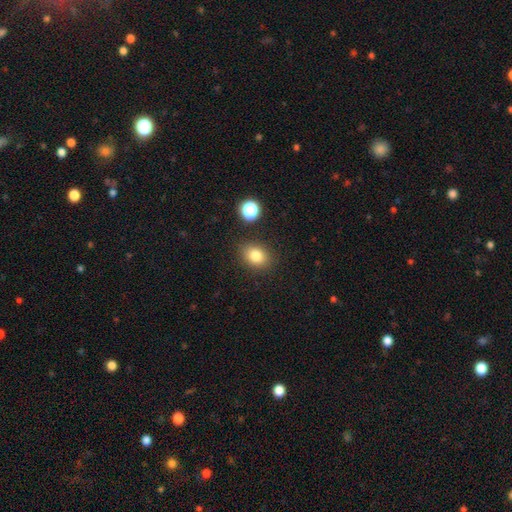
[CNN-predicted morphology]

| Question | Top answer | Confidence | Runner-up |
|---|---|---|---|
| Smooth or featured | smooth | 81% | star or artifact (12%) |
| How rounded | in between | 55% | round (43%) |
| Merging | none | 84% | minor disturbance (10%) |